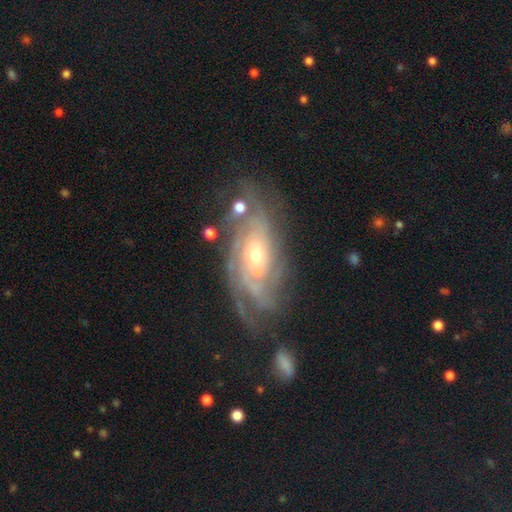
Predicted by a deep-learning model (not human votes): Overall: featured or disk (85%). Edge-on disk: no (93%). Bar: no (72%). Spiral arms: yes (93%). Spiral arm count: can't tell (40%; 3 17%). Spiral winding: tight (66%; medium 27%). Bulge size: small (49%; moderate 46%). Merging: none (61%).